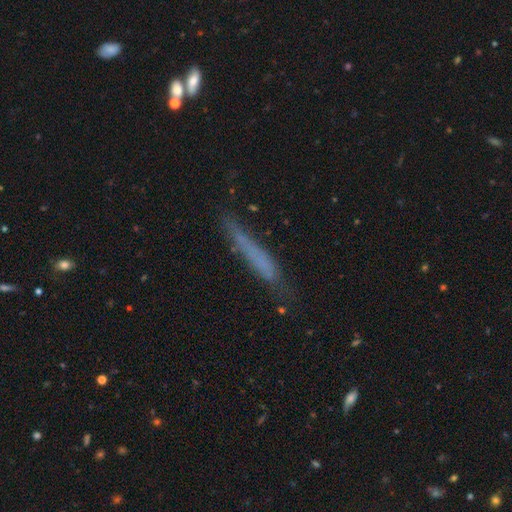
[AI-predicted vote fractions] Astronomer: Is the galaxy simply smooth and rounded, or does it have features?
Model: smooth — 55% (runner-up: featured or disk, 34%).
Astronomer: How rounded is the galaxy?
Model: cigar-shaped — 93%.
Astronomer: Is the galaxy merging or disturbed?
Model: none — 65%.